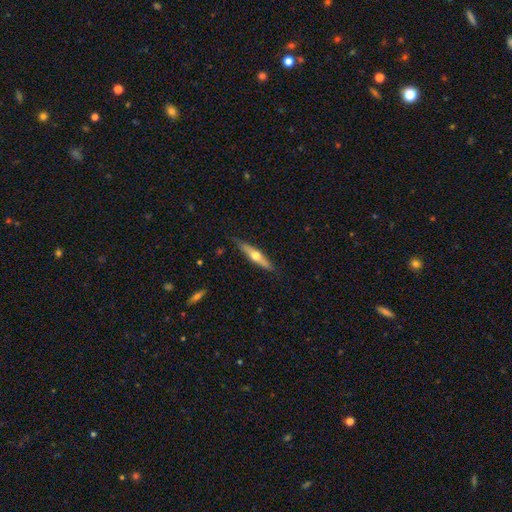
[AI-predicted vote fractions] This is possibly a featured or disk galaxy (58%). It is clearly viewed edge-on (94%). Edge-on bulge: clearly rounded (94%). Merging: clearly none (83%).